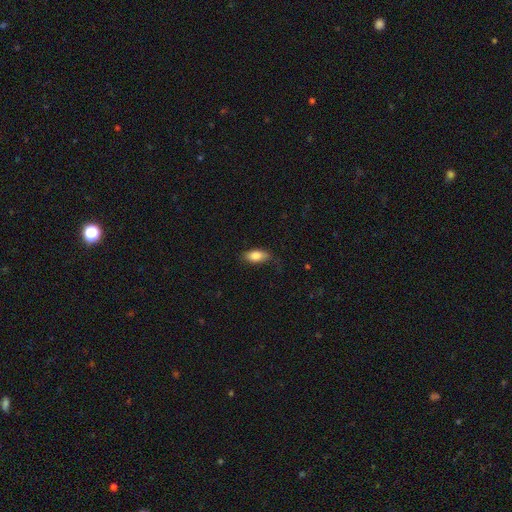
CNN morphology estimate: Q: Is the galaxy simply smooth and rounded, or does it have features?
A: smooth — 83%.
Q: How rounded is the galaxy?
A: in between — 88%.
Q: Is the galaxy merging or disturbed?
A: none — 73%.